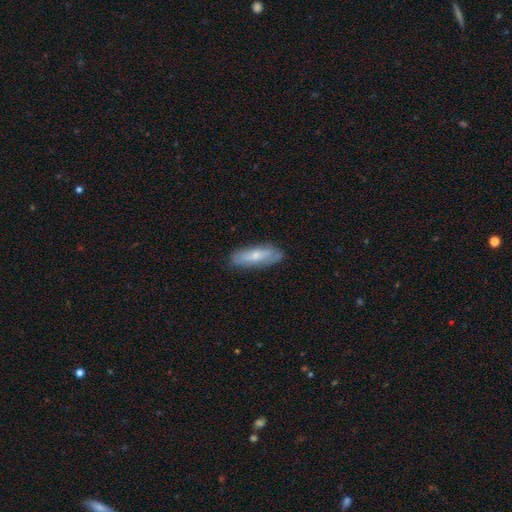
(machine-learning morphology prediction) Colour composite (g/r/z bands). It shows a smooth galaxy with no disk features (59%) that is in between round and cigar-shaped (50%). Merging: none (80%).